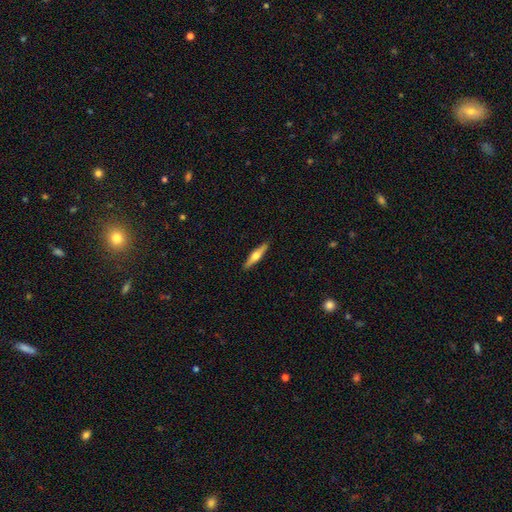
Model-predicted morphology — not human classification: This appears to be a featured or disk galaxy (57%) viewed edge-on (96%) with a rounded central bulge (93%). Merging: none (91%).